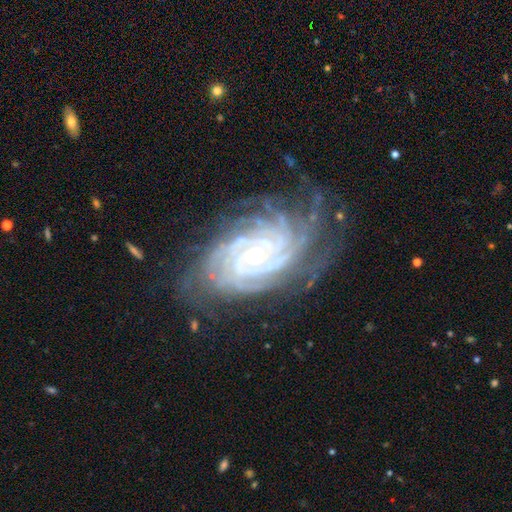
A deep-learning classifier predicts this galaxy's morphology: This is clearly a featured or disk galaxy (91%). It is clearly not viewed edge-on (97%). Bar: likely no (66%). Spiral arm pattern: clearly yes (99%). Spiral arm count: marginally more than 4 (30%). Spiral winding: clearly tight (83%). Central bulge: likely small (74%). Merging: likely none (71%).